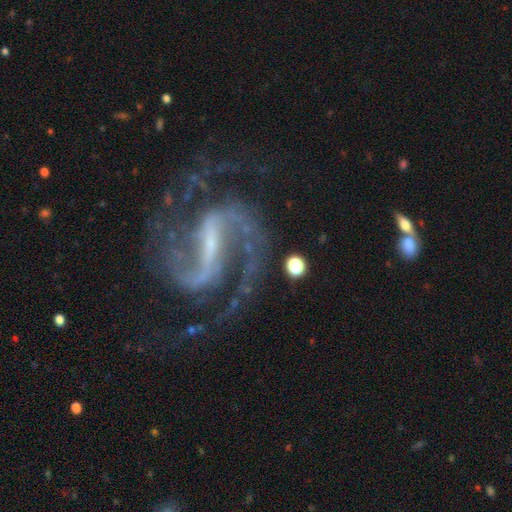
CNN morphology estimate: Overall: featured or disk (94%). Edge-on disk: no (98%). Bar: strong (66%; weak 27%). Spiral arms: yes (99%). Spiral arm count: 2 (92%). Spiral winding: medium (65%). Bulge size: small (65%). Merging: none (73%).